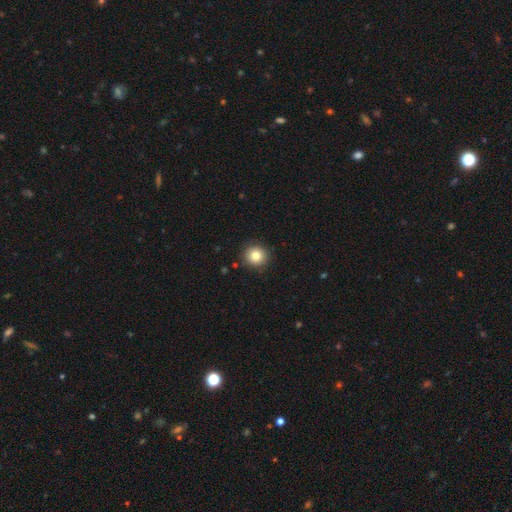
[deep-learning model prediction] smooth 82%, star or artifact 10%, featured or disk 7%. Down the decision tree: how rounded — round (92%); merging — none (90%).